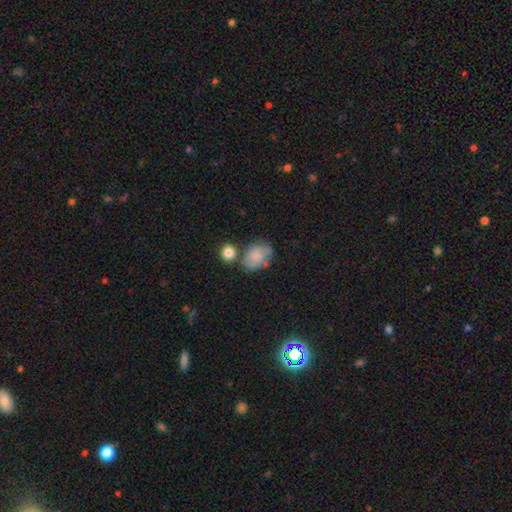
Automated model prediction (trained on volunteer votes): smooth 68%, featured or disk 23%, star or artifact 9%. Down the decision tree: how rounded — in between (66%); merging — none (49%).